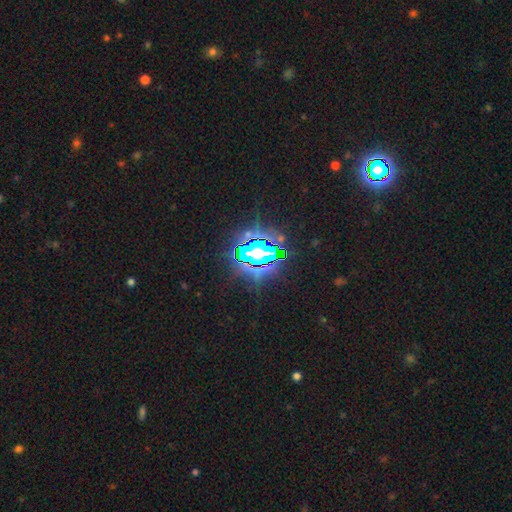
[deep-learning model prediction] smooth-or-featured: star or artifact: 77% | featured or disk: 12% | smooth: 11%